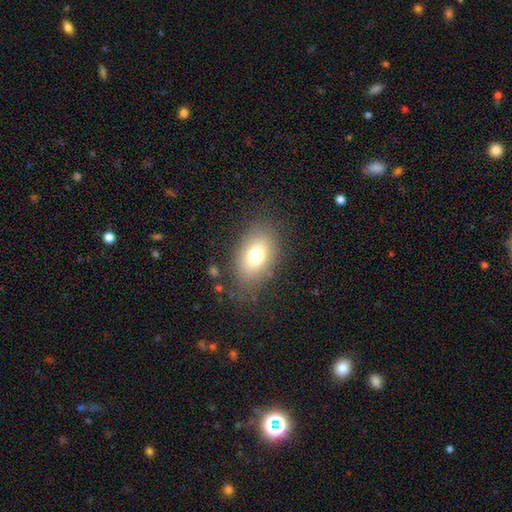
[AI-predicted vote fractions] Morphology: type=smooth (74%); roundness=in between (84%); merging=none (78%).